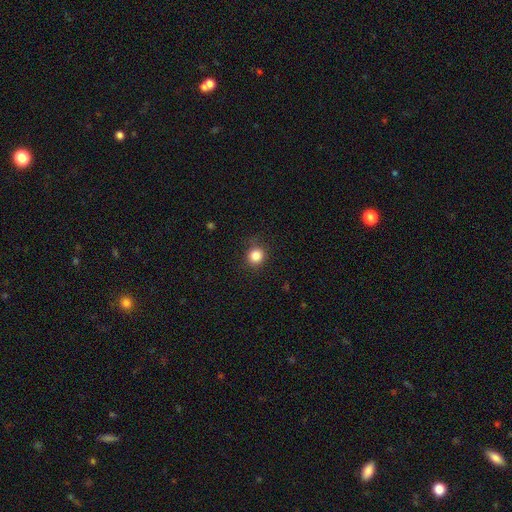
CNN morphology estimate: smooth 85%, star or artifact 11%, featured or disk 4%. Down the decision tree: how rounded — round (88%); merging — none (84%).